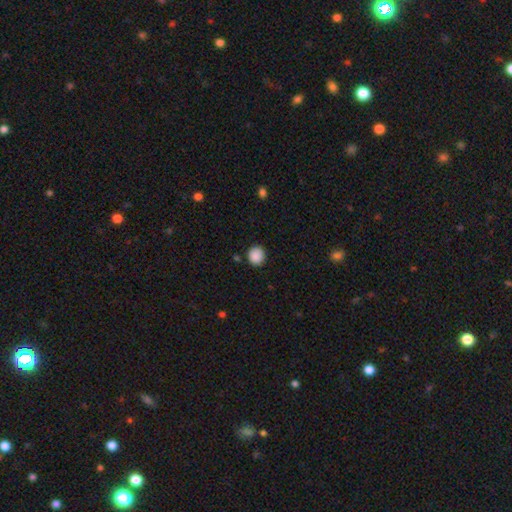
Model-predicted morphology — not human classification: Smooth or featured? smooth (89%)
How rounded? round (83%)
Merging? none (87%)